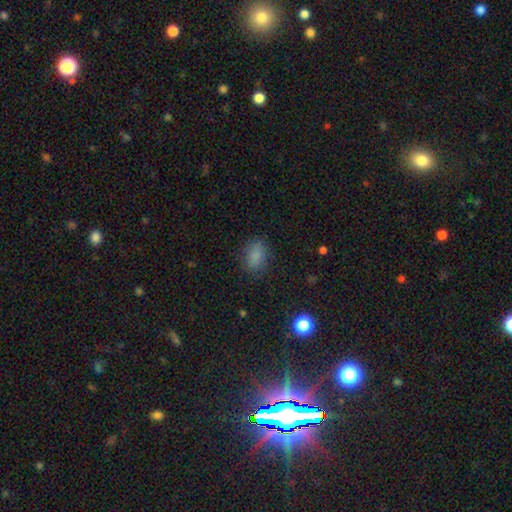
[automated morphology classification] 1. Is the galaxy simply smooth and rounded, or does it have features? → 83% smooth, 12% star or artifact, 5% featured or disk.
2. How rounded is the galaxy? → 80% in between, 18% round, 2% cigar-shaped.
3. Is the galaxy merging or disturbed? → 81% none, 14% minor disturbance, 4% major disturbance, 1% merger.